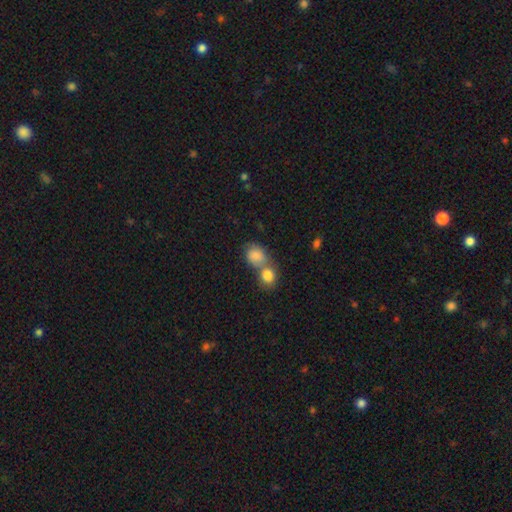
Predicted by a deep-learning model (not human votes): Smooth or featured?
  - smooth: 83% *
  - featured or disk: 9%
  - star or artifact: 8%
How rounded?
  - round: 54% *
  - in between: 45%
  - cigar-shaped: 1%
Merging?
  - merger: 61% *
  - none: 27%
  - minor disturbance: 9%
  - major disturbance: 4%